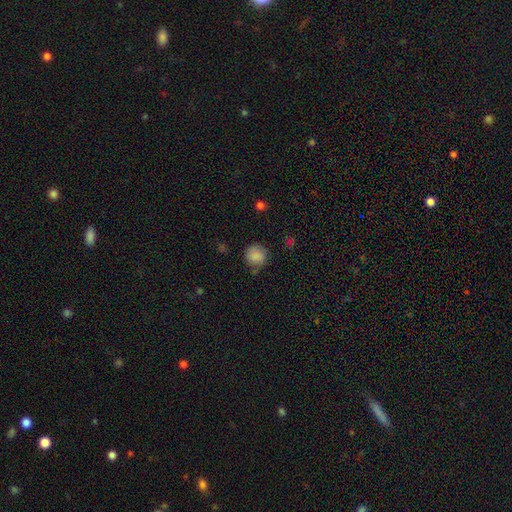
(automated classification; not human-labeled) Smooth or featured? Predicted: smooth (p=0.83). How rounded? Predicted: round (p=0.87). Merging? Predicted: none (p=0.65).